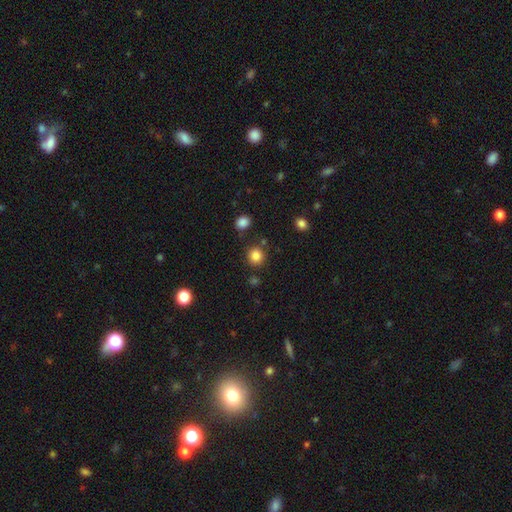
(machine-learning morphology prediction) Smooth or featured? Predicted: smooth (p=0.85). How rounded? Predicted: round (p=0.89). Merging? Predicted: none (p=0.85).